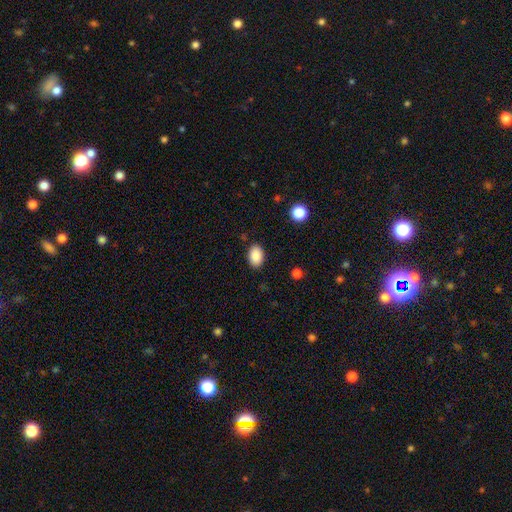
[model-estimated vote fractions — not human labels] Smooth or featured? Predicted: smooth (p=0.89). How rounded? Predicted: in between (p=0.86). Merging? Predicted: none (p=0.87).